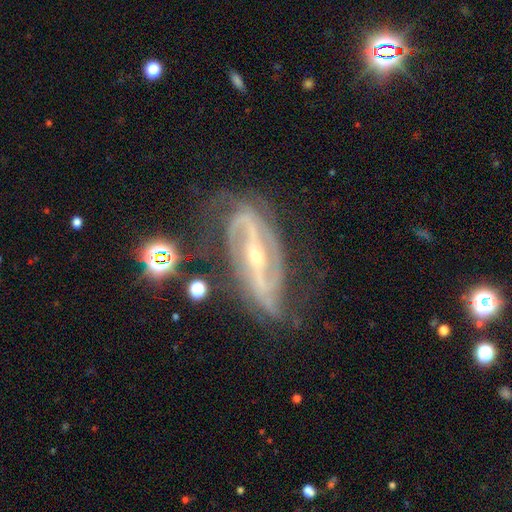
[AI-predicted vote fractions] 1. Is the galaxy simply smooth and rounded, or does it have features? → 89% featured or disk, 6% star or artifact, 5% smooth.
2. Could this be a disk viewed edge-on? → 92% no, 8% yes.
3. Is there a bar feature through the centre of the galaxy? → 69% strong, 20% weak, 12% no.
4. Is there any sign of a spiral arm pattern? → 96% yes, 4% no.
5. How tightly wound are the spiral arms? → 44% medium, 36% tight, 20% loose.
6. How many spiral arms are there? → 75% 2, 10% can't tell, 7% 3, 3% 1, 3% 4, 2% more than 4.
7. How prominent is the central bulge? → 62% small, 34% moderate, 1% large, 1% none, 1% dominant.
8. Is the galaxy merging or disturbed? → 64% none, 21% minor disturbance, 12% major disturbance, 3% merger.